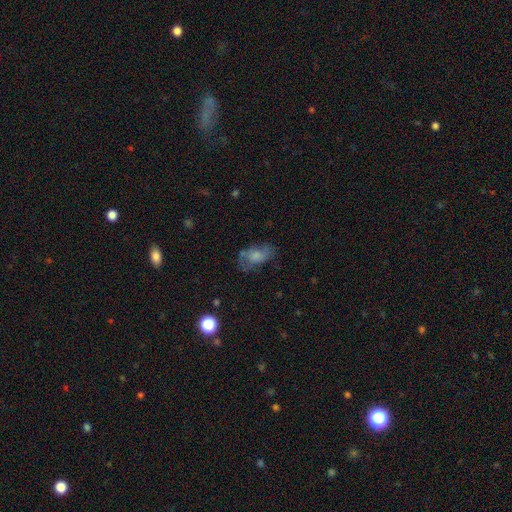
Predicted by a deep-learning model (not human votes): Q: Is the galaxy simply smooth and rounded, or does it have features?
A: smooth — 50%.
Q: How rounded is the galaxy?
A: in between — 86%.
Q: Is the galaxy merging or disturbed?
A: none — 50%.